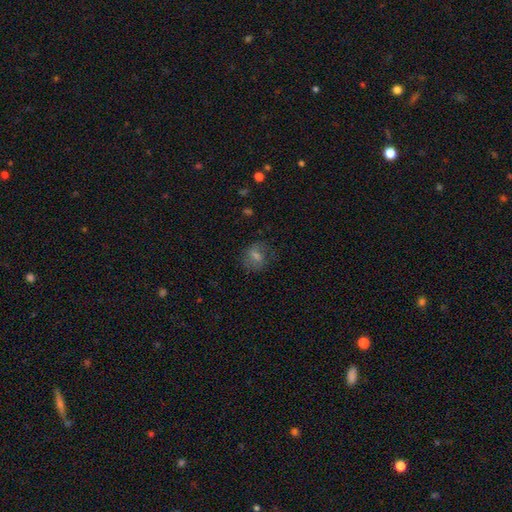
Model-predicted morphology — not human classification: A smooth galaxy with no disk features (52%) that is round (58%).

Vote fractions:
- Smooth or featured? smooth: 52% / featured or disk: 28% / star or artifact: 20%
- How rounded? round: 58% / in between: 39% / cigar-shaped: 2%
- Merging? none: 73% / minor disturbance: 17% / major disturbance: 9% / merger: 2%